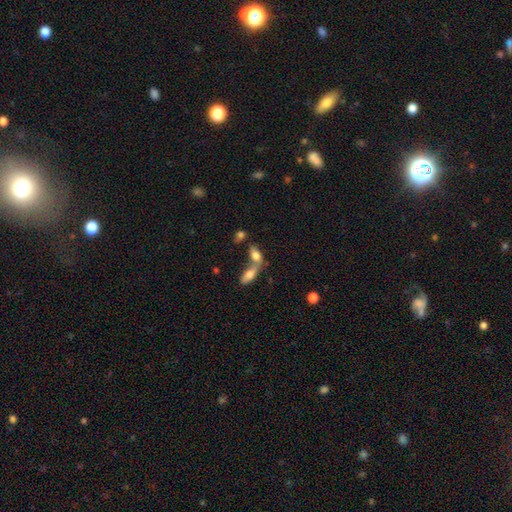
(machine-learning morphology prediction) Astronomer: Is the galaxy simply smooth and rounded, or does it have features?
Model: smooth — 73%.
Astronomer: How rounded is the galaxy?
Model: in between — 81%.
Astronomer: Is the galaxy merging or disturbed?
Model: merger — 64%.